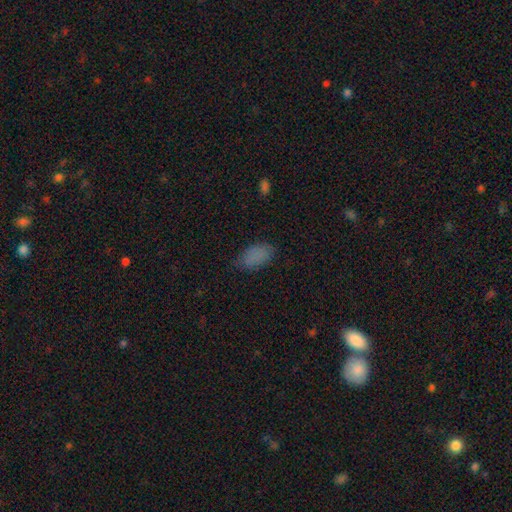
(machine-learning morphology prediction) smooth-or-featured: smooth: 83% | star or artifact: 11% | featured or disk: 6%
  how-rounded: in between: 93% | round: 4% | cigar-shaped: 3%
  merging: none: 73% | minor disturbance: 20% | major disturbance: 5% | merger: 1%